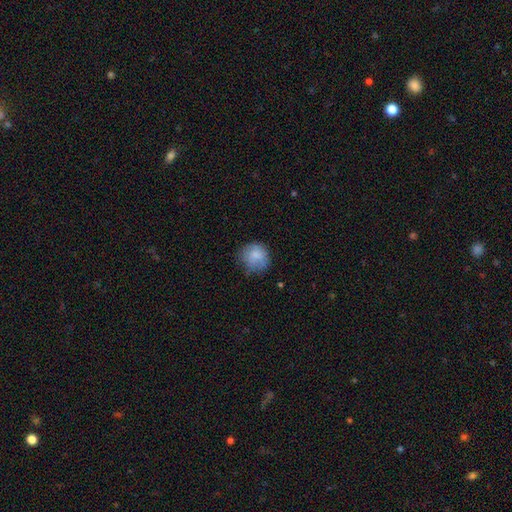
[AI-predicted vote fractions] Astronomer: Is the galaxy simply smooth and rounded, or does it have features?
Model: smooth — 79%.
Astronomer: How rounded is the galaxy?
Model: round — 84%.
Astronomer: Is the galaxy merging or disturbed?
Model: none — 62%.